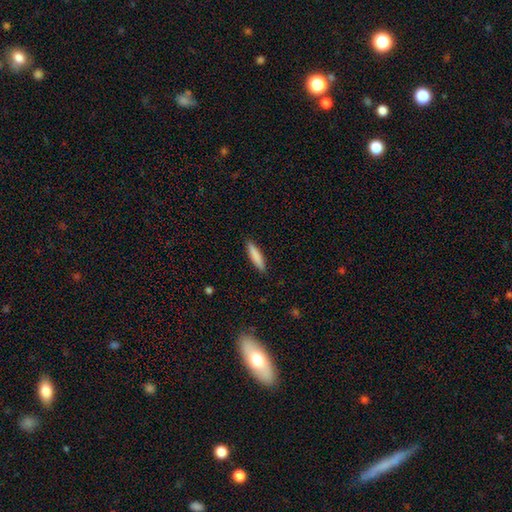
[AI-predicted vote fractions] smooth 84%, featured or disk 11%, star or artifact 6%. Down the decision tree: how rounded — cigar-shaped (84%); merging — none (90%).